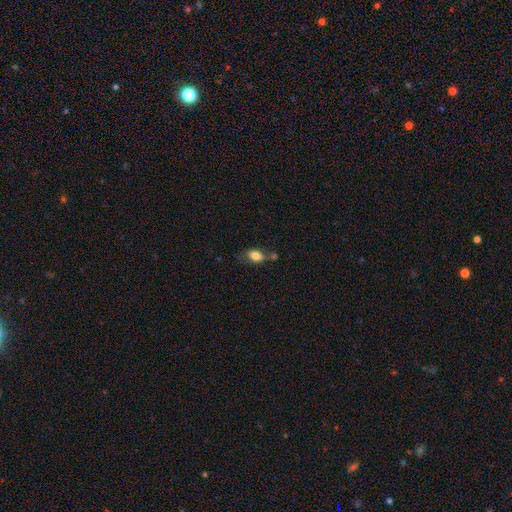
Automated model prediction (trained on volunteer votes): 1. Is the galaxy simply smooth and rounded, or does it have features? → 79% smooth, 12% featured or disk, 9% star or artifact.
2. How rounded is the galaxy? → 82% in between, 15% round, 3% cigar-shaped.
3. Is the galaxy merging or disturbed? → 44% none, 25% minor disturbance, 20% merger, 12% major disturbance.